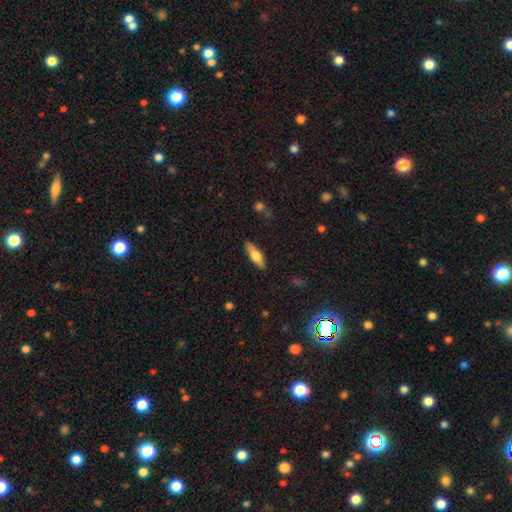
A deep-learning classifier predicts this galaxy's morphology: The model was most divided on "how rounded": cigar-shaped: 50%, in between: 47%, round: 2%. More confident: merging — none (87%); smooth or featured — smooth (63%).